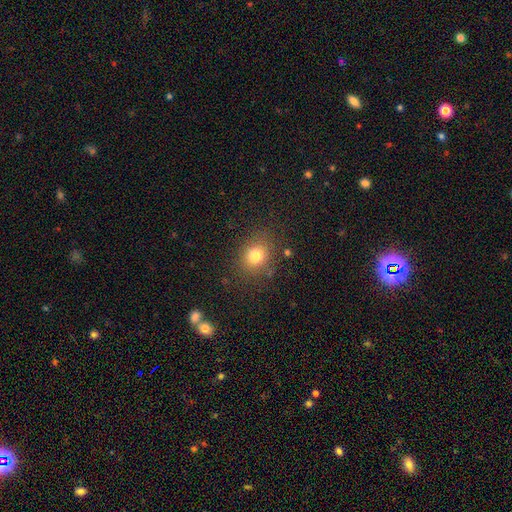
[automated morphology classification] Smooth or featured?
  - smooth: 79% *
  - star or artifact: 13%
  - featured or disk: 9%
How rounded?
  - round: 63% *
  - in between: 36%
  - cigar-shaped: 1%
Merging?
  - none: 81% *
  - minor disturbance: 12%
  - major disturbance: 5%
  - merger: 2%